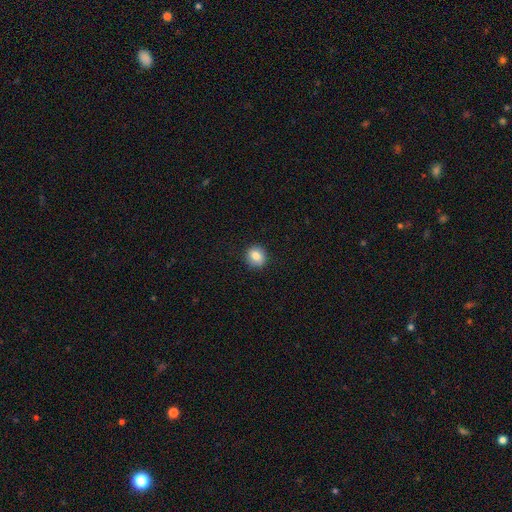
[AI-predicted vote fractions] Smooth or featured: smooth — 81% (featured or disk — 9%)
How rounded: round — 84% (in between — 15%)
Merging: none — 89% (minor disturbance — 8%)